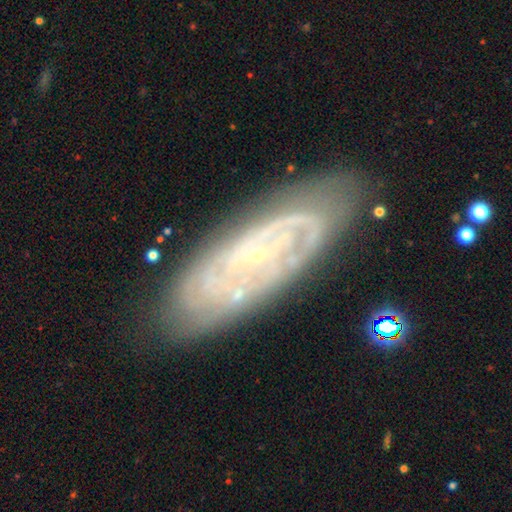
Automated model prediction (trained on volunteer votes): Morphology: type=featured or disk (84%); edge-on=no (90%); bar=no (58%); spiral arms=yes (93%); winding=tight (72%); arm count=can't tell (36%); bulge=small (85%); merging=none (79%).